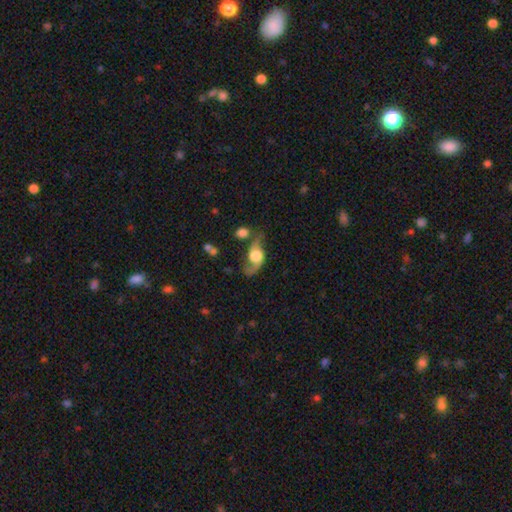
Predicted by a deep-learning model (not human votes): A featured or disk galaxy (70%) with no bar (64%), 2 (87%) loose (73%) spiral arms (87%) and a large central bulge (57%).

Vote fractions:
- Smooth or featured? featured or disk: 70% / smooth: 23% / star or artifact: 7%
- Edge-on disk? no: 89% / yes: 11%
- Bar? no: 64% / weak: 29% / strong: 8%
- Spiral arms? yes: 87% / no: 13%
- Spiral winding? loose: 73% / medium: 22% / tight: 6%
- Spiral arm count? 2: 87% / 1: 7% / can't tell: 3% / 3: 1% / 4: 1% / more than 4: 1%
- Bulge size? large: 57% / moderate: 23% / dominant: 11% / small: 5% / none: 4%
- Merging? none: 52% / minor disturbance: 22% / major disturbance: 17% / merger: 9%